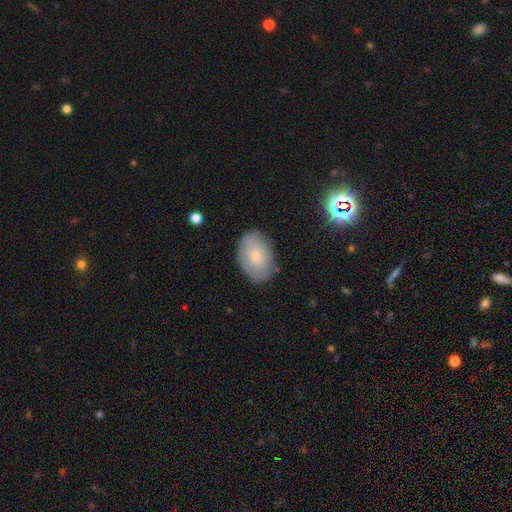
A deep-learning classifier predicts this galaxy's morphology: Smooth or featured? Predicted: smooth (p=0.66). How rounded? Predicted: in between (p=0.84). Merging? Predicted: none (p=0.79).